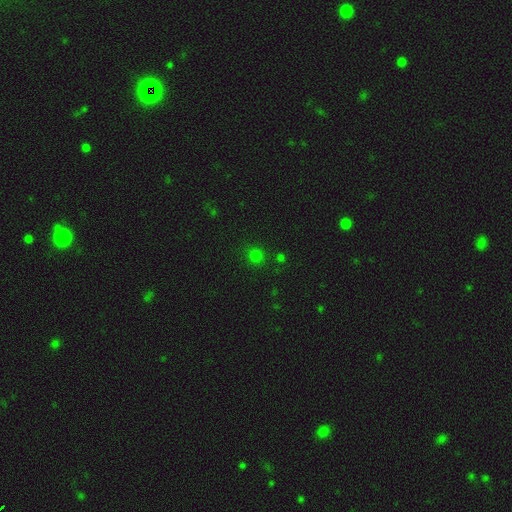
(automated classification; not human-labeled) Q: Smooth or featured?
A: smooth (73%); runner-up: star or artifact (22%)
Q: How rounded?
A: round (91%); runner-up: in between (8%)
Q: Merging?
A: none (85%); runner-up: minor disturbance (8%)